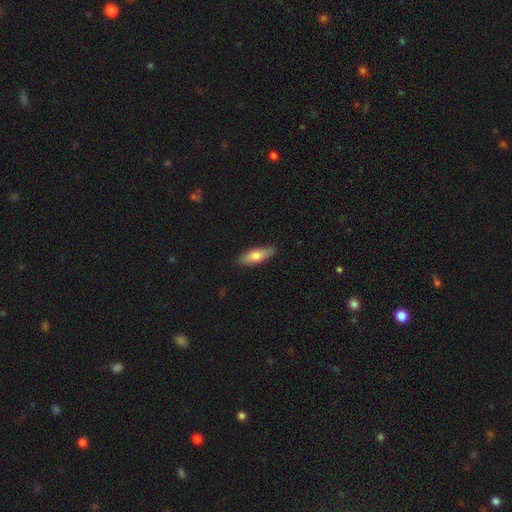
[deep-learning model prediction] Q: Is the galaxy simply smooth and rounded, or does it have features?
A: smooth — 75%.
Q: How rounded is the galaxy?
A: in between — 67%.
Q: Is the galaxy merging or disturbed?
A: none — 86%.